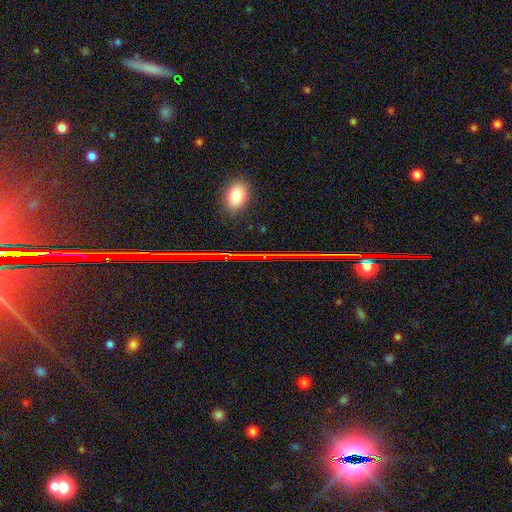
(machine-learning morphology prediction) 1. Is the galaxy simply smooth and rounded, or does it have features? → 57% star or artifact, 29% smooth, 14% featured or disk.